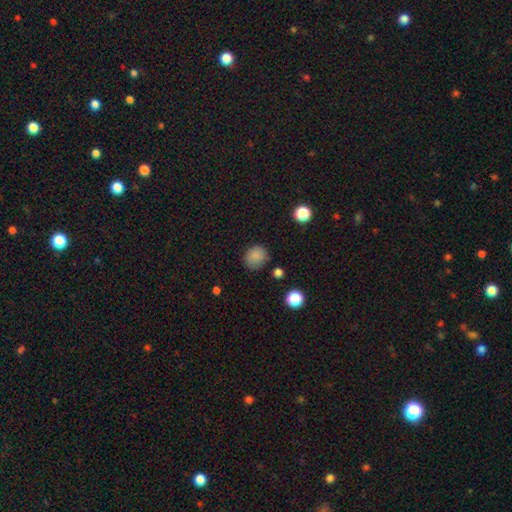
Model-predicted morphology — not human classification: This appears to be a smooth galaxy with no disk features (84%) that is round (75%). Merging: none (79%).